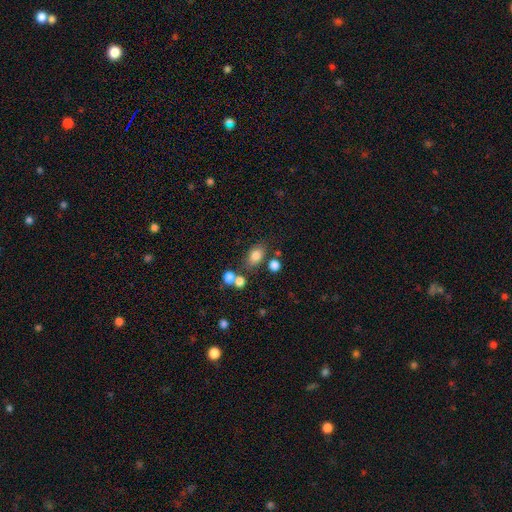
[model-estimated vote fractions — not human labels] Smooth or featured? Predicted: smooth (p=0.81). How rounded? Predicted: in between (p=0.77). Merging? Predicted: none (p=0.68).